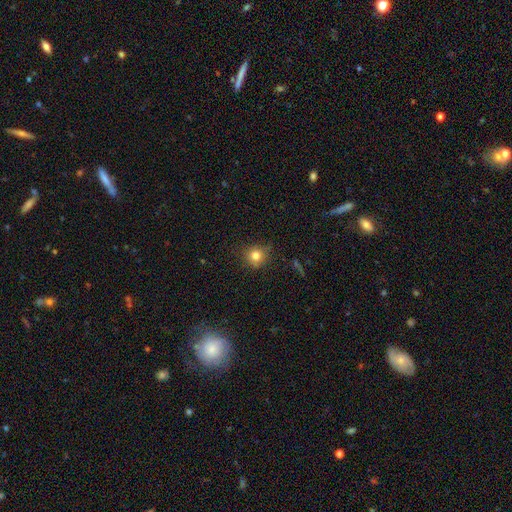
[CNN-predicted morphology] smooth 80%, star or artifact 13%, featured or disk 7%. Down the decision tree: how rounded — round (90%); merging — none (81%).